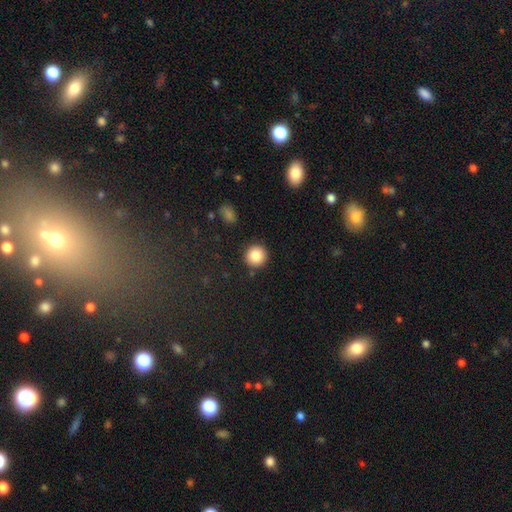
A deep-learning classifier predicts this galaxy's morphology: smooth 86%, star or artifact 9%, featured or disk 5%. Down the decision tree: how rounded — round (94%); merging — none (89%).